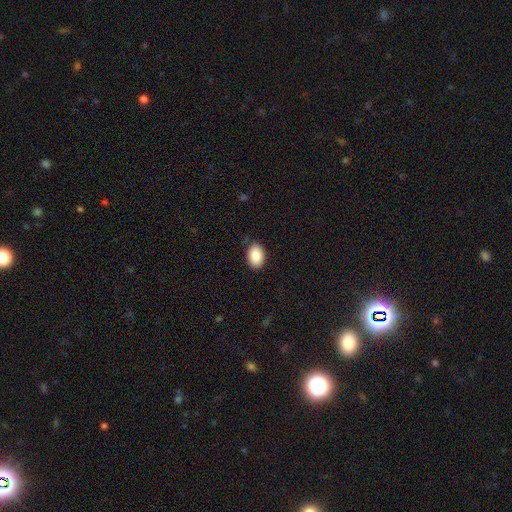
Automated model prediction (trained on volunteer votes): Smooth or featured? Predicted: smooth (p=0.90). How rounded? Predicted: in between (p=0.88). Merging? Predicted: none (p=0.84).